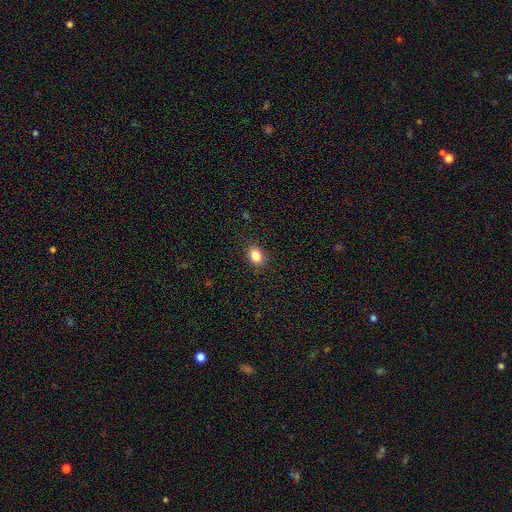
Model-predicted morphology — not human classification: Smooth or featured: smooth — 85% (star or artifact — 10%)
How rounded: in between — 66% (round — 33%)
Merging: none — 89% (minor disturbance — 8%)